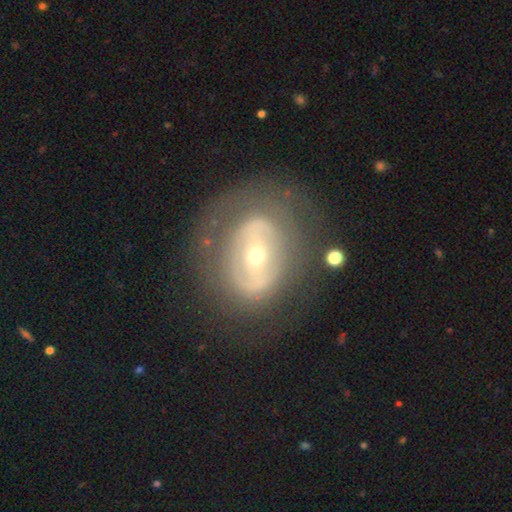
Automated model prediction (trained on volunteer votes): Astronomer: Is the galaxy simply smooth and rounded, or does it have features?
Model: featured or disk — 71%.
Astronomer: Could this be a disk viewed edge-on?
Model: no — 94%.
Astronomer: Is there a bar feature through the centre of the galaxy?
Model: no — 42% (runner-up: weak, 30%).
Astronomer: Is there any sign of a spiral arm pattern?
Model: no — 59% (runner-up: yes, 41%).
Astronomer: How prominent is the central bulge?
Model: small — 59% (runner-up: moderate, 36%).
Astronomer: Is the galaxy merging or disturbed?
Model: none — 66%.